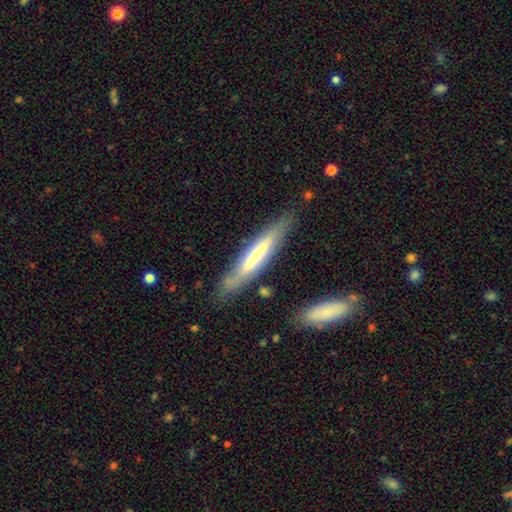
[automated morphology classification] type=smooth (51%); roundness=cigar-shaped (91%); merging=none (78%).